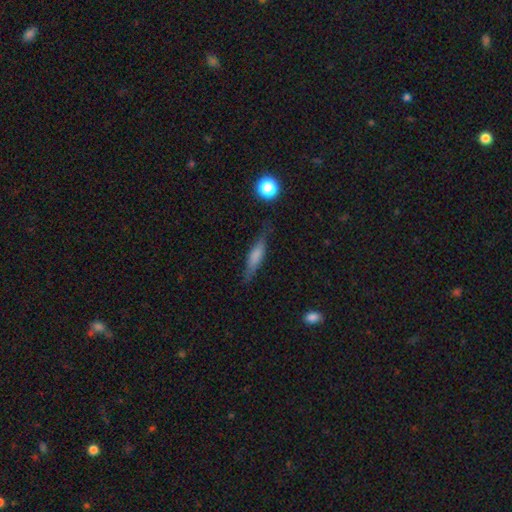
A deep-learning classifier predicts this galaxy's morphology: A smooth galaxy with no disk features (61%) that is cigar-shaped (76%).

Vote fractions:
- Smooth or featured? smooth: 61% / featured or disk: 31% / star or artifact: 8%
- How rounded? cigar-shaped: 76% / in between: 21% / round: 3%
- Merging? none: 78% / minor disturbance: 15% / major disturbance: 4% / merger: 2%